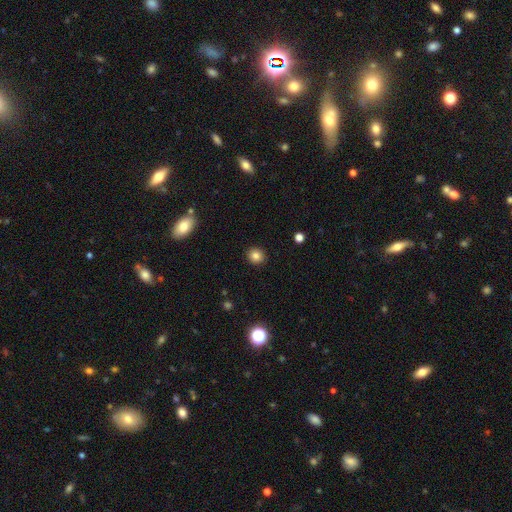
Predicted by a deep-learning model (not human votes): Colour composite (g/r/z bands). It shows a smooth galaxy with no disk features (84%) that is round (87%). Merging: none (92%).